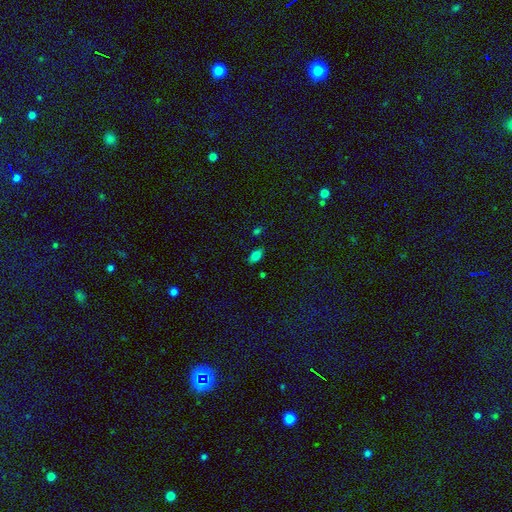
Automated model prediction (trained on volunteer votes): The model was most divided on "smooth or featured": smooth: 80%, star or artifact: 11%, featured or disk: 9%. More confident: how rounded — in between (89%); merging — none (83%).